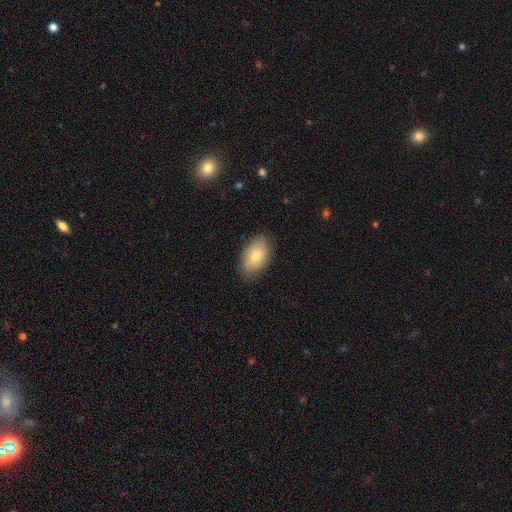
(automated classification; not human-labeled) A smooth galaxy with no disk features (75%) that is in between round and cigar-shaped (92%). Merging: none (83%).